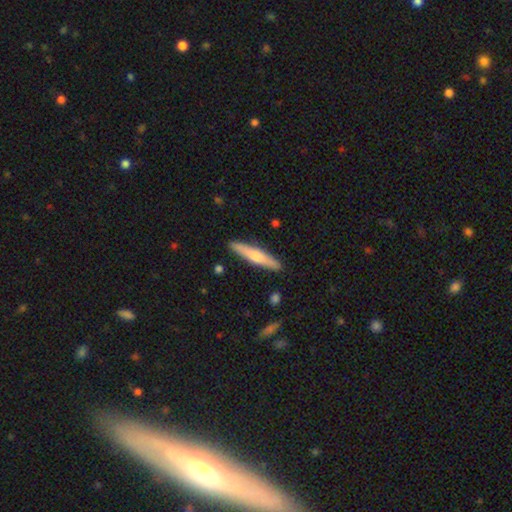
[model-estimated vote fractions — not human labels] The model was most divided on "smooth or featured": smooth: 50%, featured or disk: 44%, star or artifact: 5%. More confident: how rounded — cigar-shaped (91%); merging — none (90%).